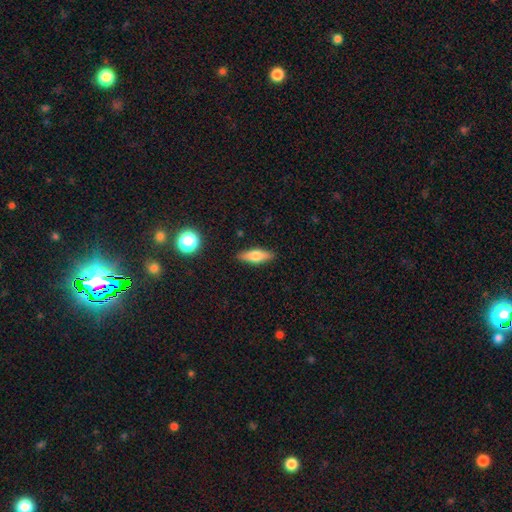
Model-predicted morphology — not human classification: smooth_or_featured: smooth (p=0.65) [alt: featured or disk p=0.27]
how_rounded: in between (p=0.56) [alt: cigar-shaped p=0.40]
merging: none (p=0.88) [alt: minor disturbance p=0.09]